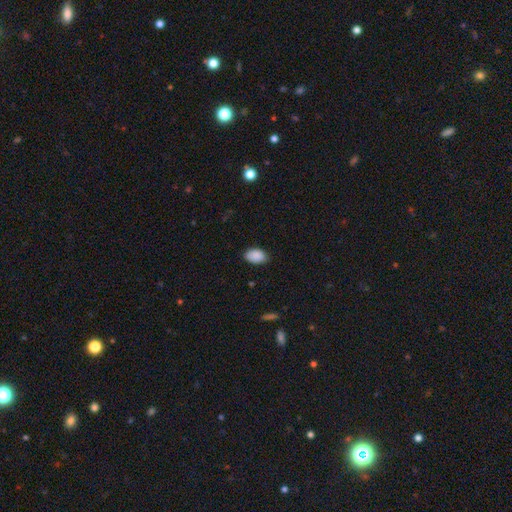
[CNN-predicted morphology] type=smooth (90%); roundness=in between (91%); merging=none (82%).